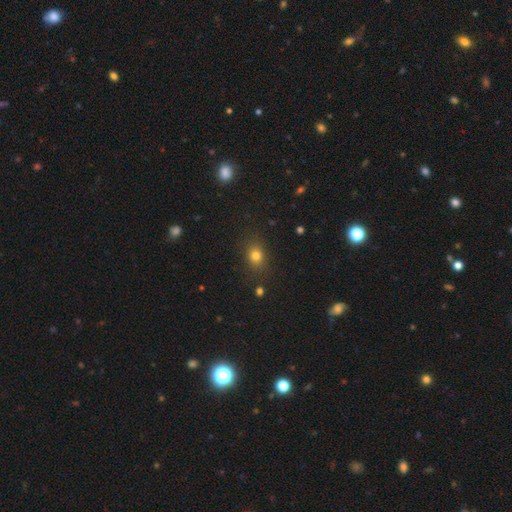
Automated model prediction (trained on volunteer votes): This is likely a smooth galaxy (77%). How rounded: possibly in between (49%, tied with round). Merging: clearly none (83%).